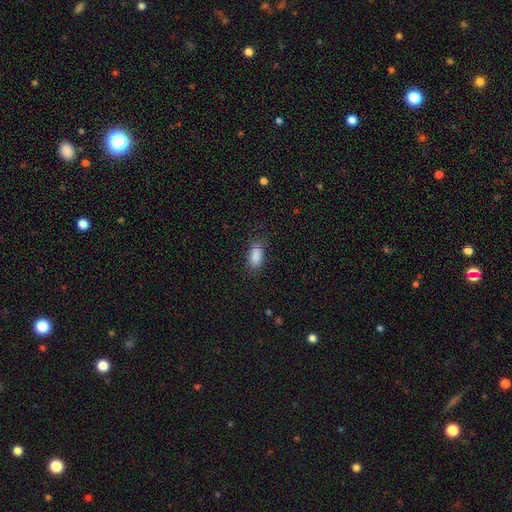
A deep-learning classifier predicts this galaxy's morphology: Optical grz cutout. It shows a smooth galaxy with no disk features (87%) that is in between round and cigar-shaped (87%). Merging: none (77%).